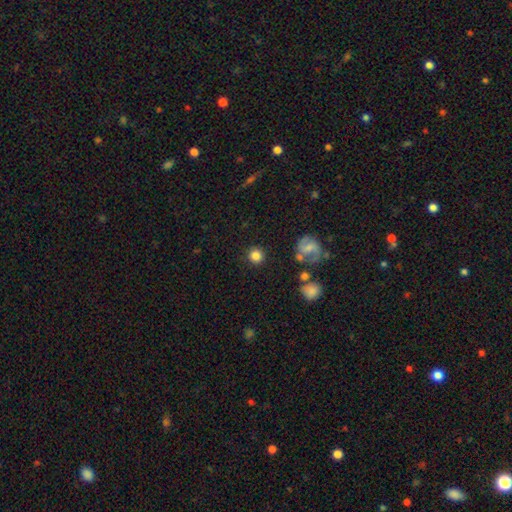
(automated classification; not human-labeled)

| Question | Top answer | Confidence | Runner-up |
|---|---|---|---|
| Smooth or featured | smooth | 81% | star or artifact (10%) |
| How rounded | round | 94% | in between (5%) |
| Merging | none | 87% | minor disturbance (7%) |